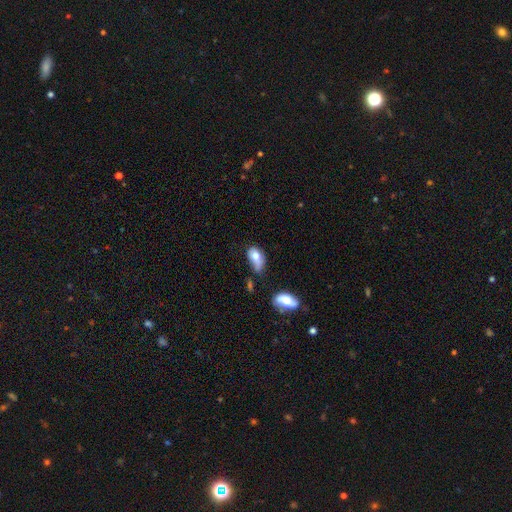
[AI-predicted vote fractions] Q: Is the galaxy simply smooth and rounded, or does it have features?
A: smooth — 73%.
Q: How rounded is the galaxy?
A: in between — 87%.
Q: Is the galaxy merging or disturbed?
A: minor disturbance — 37%.